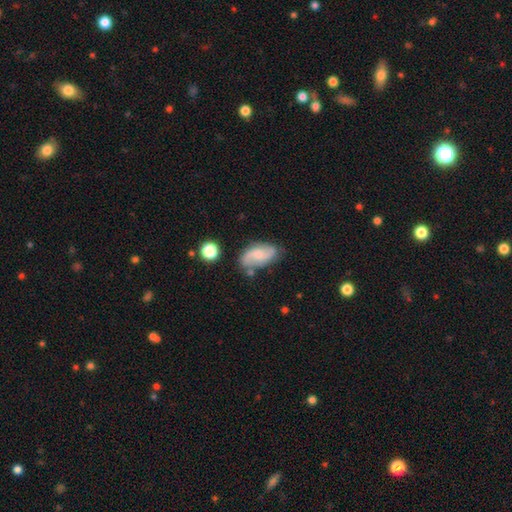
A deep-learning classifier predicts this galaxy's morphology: Smooth or featured? Predicted: featured or disk (p=0.53). Edge-on disk? Predicted: no (p=0.95). Bar? Predicted: no (p=0.56). Spiral arms? Predicted: yes (p=0.90). Bulge size? Predicted: small (p=0.39). Merging? Predicted: none (p=0.65).